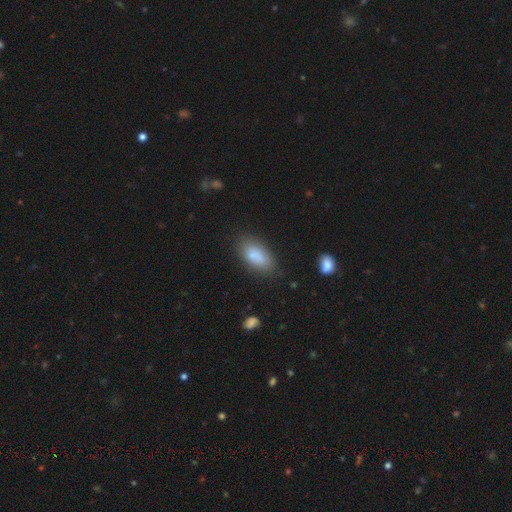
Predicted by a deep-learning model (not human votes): Q: Smooth or featured?
A: smooth (81%); runner-up: featured or disk (11%)
Q: How rounded?
A: in between (88%); runner-up: cigar-shaped (8%)
Q: Merging?
A: none (73%); runner-up: minor disturbance (17%)